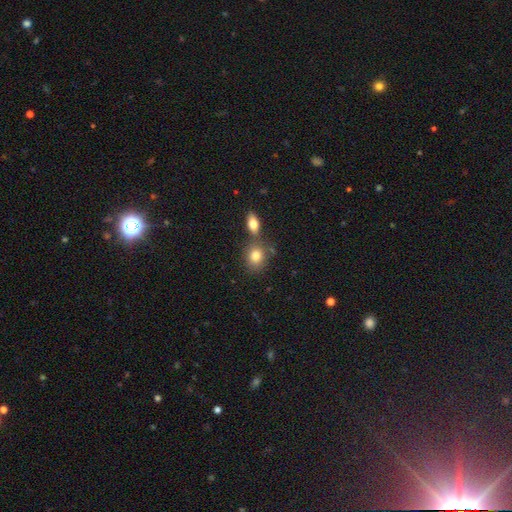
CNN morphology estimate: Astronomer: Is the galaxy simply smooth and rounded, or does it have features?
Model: smooth — 81%.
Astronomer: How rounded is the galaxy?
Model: round — 52% (runner-up: in between, 46%).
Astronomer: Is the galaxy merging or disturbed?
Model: none — 60%.